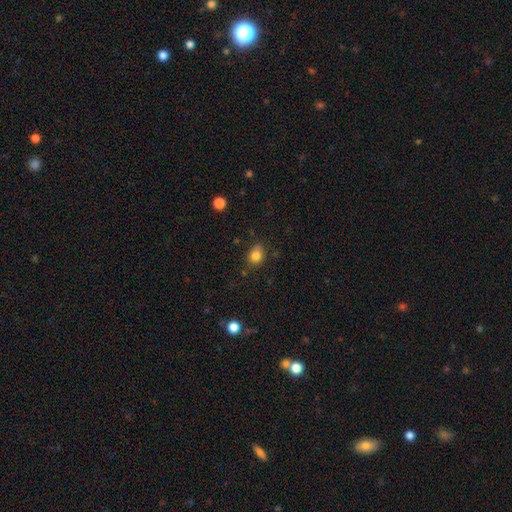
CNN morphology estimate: Smooth or featured? smooth (82%)
How rounded? round (50%)
Merging? none (74%)